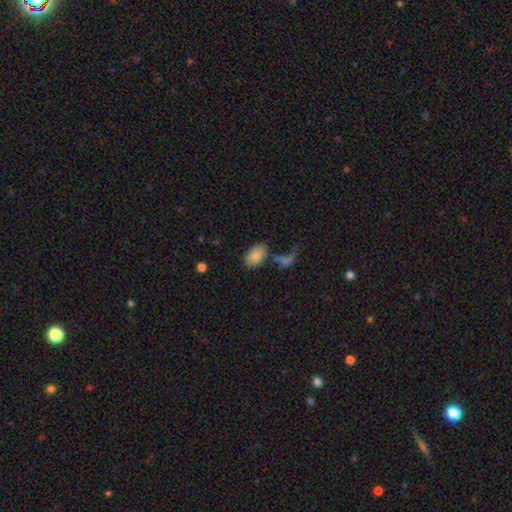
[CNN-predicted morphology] smooth-or-featured: smooth: 84% | featured or disk: 8% | star or artifact: 8%
  how-rounded: in between: 91% | round: 7% | cigar-shaped: 1%
  merging: none: 63% | minor disturbance: 16% | merger: 14% | major disturbance: 8%